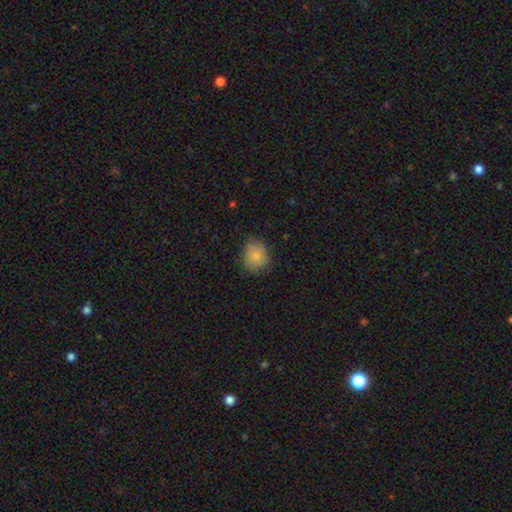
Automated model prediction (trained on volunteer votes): A smooth galaxy with no disk features (82%) that is round (68%). Merging: none (72%).